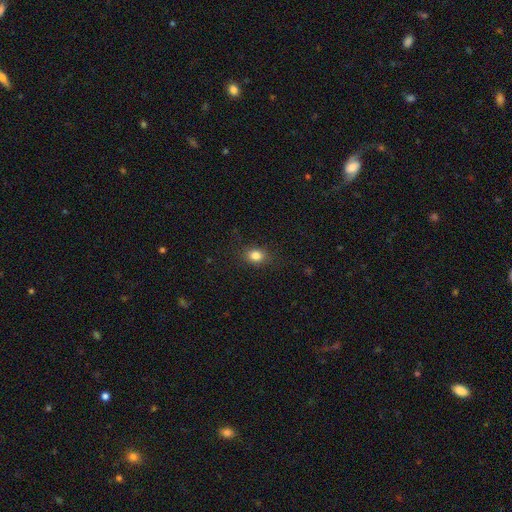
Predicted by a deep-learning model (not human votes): smooth 83%, star or artifact 11%, featured or disk 6%. Down the decision tree: how rounded — in between (54%); merging — none (84%).